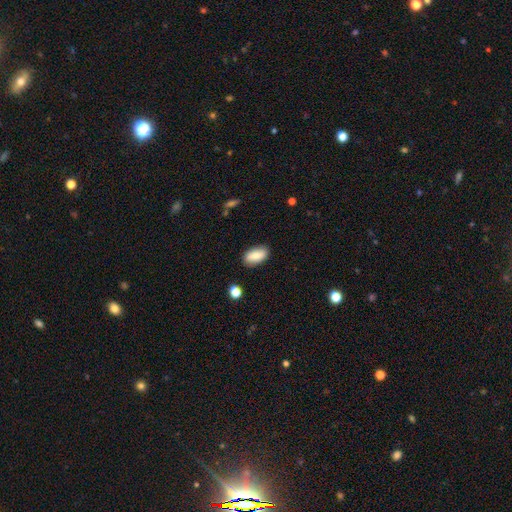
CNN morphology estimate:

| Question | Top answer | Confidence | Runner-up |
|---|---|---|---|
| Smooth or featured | smooth | 82% | featured or disk (11%) |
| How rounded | in between | 92% | cigar-shaped (5%) |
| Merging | none | 85% | minor disturbance (11%) |